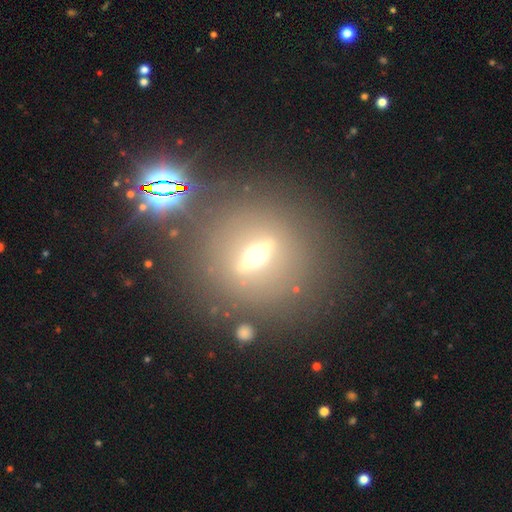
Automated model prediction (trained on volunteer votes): Smooth or featured? Predicted: featured or disk (p=0.62). Edge-on disk? Predicted: yes (p=0.66). Merging? Predicted: none (p=0.82).